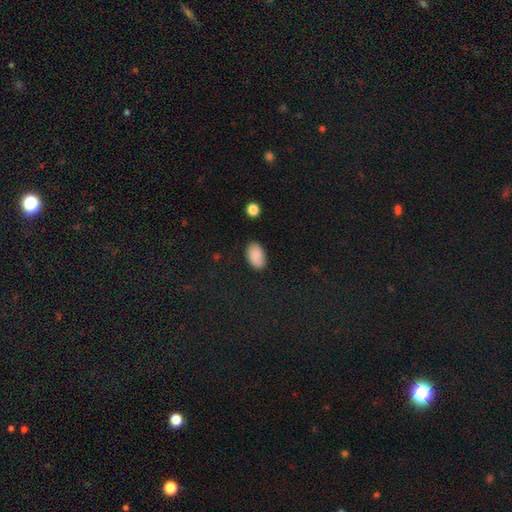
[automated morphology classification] Q: Smooth or featured?
A: smooth (85%); runner-up: star or artifact (8%)
Q: How rounded?
A: in between (93%); runner-up: round (6%)
Q: Merging?
A: none (79%); runner-up: minor disturbance (15%)